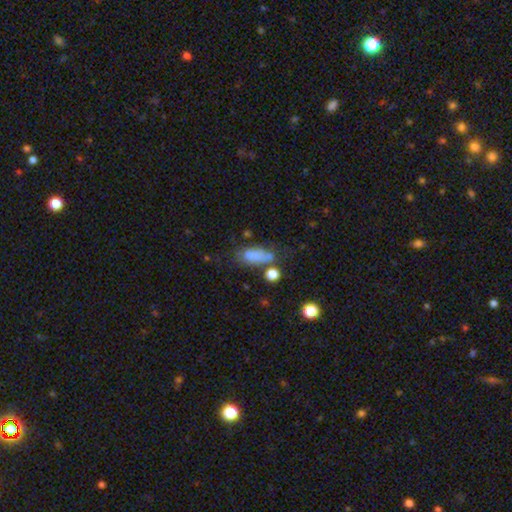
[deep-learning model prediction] Smooth or featured: smooth — 74% (featured or disk — 13%)
How rounded: in between — 76% (cigar-shaped — 17%)
Merging: none — 42% (minor disturbance — 27%)